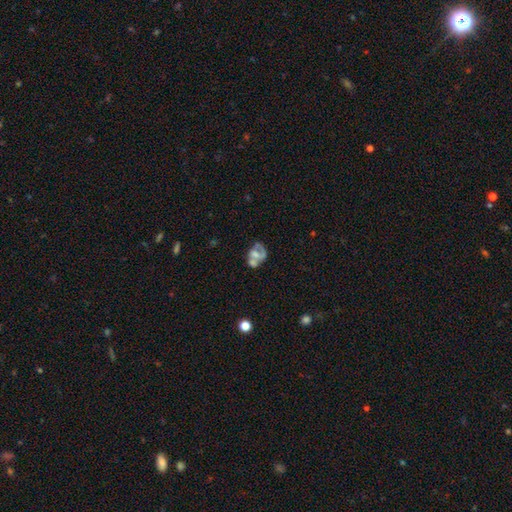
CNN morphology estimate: Smooth or featured: featured or disk — 54% (smooth — 36%)
Edge-on disk: no — 97% (yes — 3%)
Bar: no — 72% (weak — 21%)
Spiral arms: no — 67% (yes — 33%)
Bulge size: moderate — 34% (none — 31%)
Merging: merger — 41% (none — 25%)